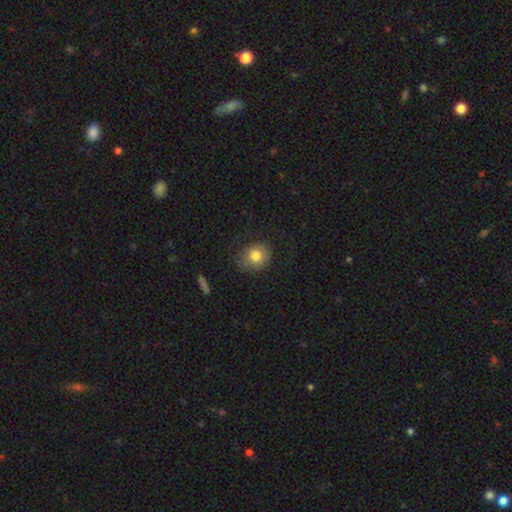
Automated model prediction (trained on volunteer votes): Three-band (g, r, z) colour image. It shows a smooth galaxy with no disk features (79%) that is round (78%). Merging: none (72%).